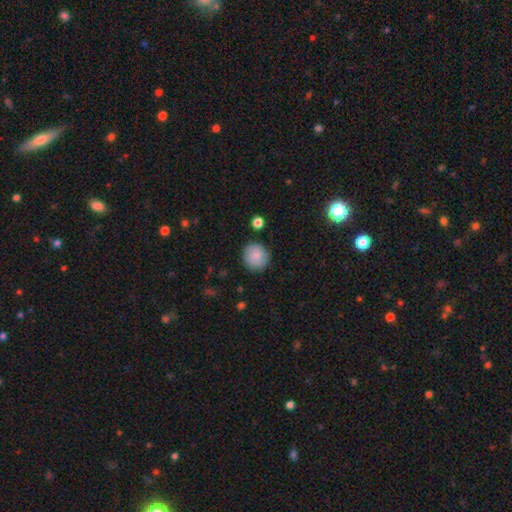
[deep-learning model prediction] smooth_or_featured: smooth (p=0.85) [alt: star or artifact p=0.07]
how_rounded: round (p=0.90) [alt: in between p=0.09]
merging: none (p=0.87) [alt: minor disturbance p=0.09]